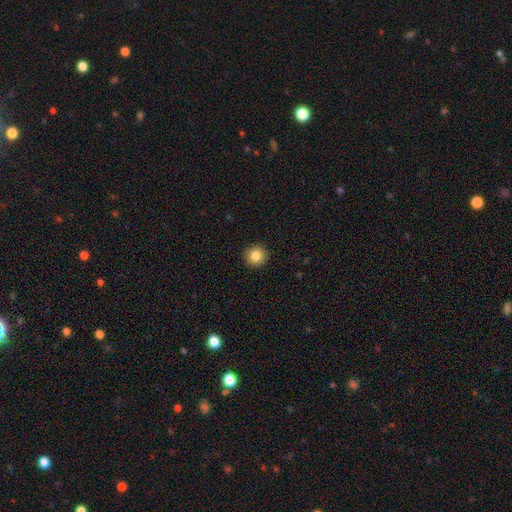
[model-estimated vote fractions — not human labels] The model was most divided on "smooth or featured": smooth: 84%, star or artifact: 10%, featured or disk: 6%. More confident: merging — none (93%); how rounded — round (93%).